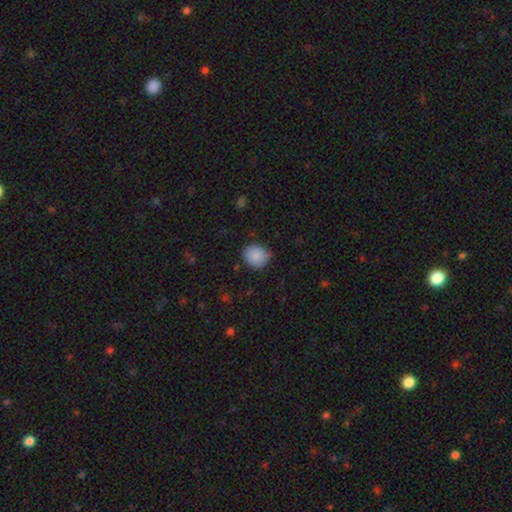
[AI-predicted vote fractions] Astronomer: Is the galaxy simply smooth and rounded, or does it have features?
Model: smooth — 87%.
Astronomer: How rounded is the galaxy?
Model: round — 84%.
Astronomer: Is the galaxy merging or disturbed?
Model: none — 77%.